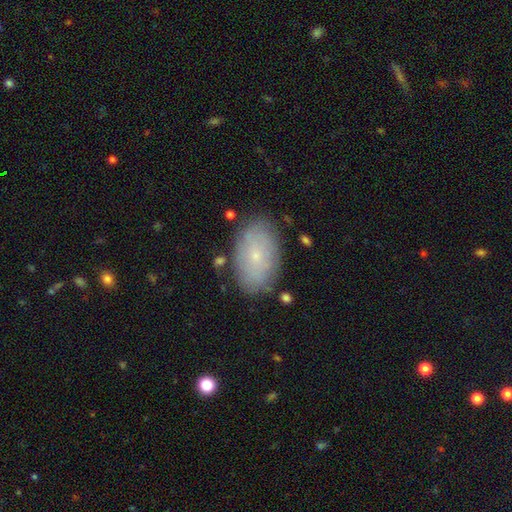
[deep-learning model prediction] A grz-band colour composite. It shows a smooth galaxy with no disk features (60%) that is in between round and cigar-shaped (93%). Merging: none (82%).